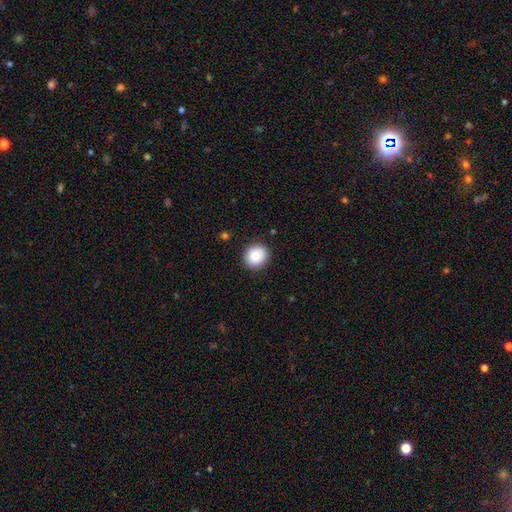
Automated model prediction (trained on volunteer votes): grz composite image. It shows a smooth galaxy with no disk features (85%) that is round (86%). Merging: none (89%).